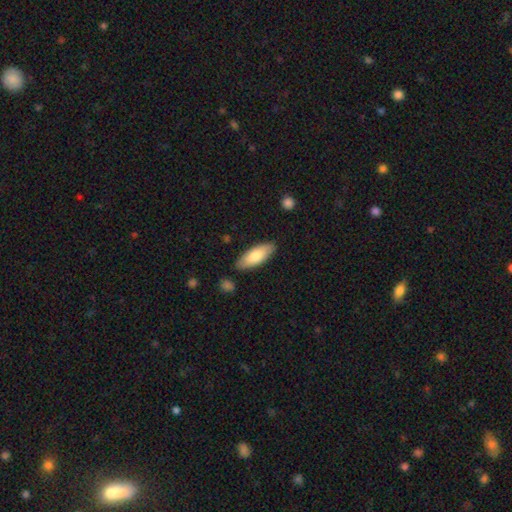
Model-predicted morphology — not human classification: The model was most divided on "how rounded": in between: 76%, cigar-shaped: 22%, round: 2%. More confident: merging — none (86%); smooth or featured — smooth (75%).